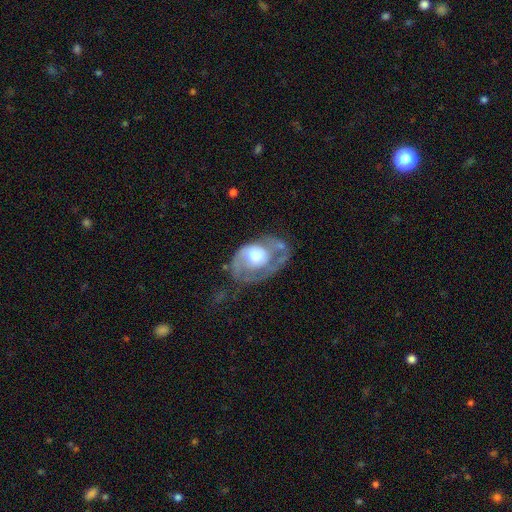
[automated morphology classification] A featured or disk galaxy (70%) with no bar (76%), 2 (35%, tied with 1) tight (40%) spiral arms (75%) and a large central bulge (44%).

Vote fractions:
- Smooth or featured? featured or disk: 70% / smooth: 23% / star or artifact: 6%
- Edge-on disk? no: 97% / yes: 3%
- Bar? no: 76% / weak: 20% / strong: 4%
- Spiral arms? yes: 75% / no: 25%
- Spiral winding? tight: 40% / medium: 38% / loose: 22%
- Spiral arm count? 2: 35% (tied) / 1: 35% (tied) / can't tell: 21% / 3: 4% / 4: 2% / more than 4: 2%
- Bulge size? large: 44% / moderate: 38% / small: 9% / dominant: 5% / none: 3%
- Merging? major disturbance: 34% (tied) / none: 34% (tied) / minor disturbance: 25% / merger: 6%